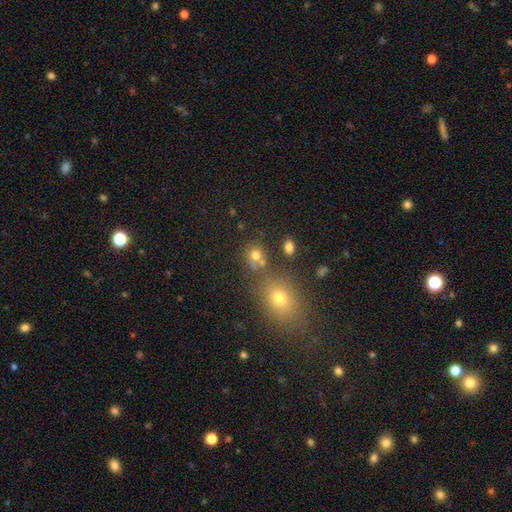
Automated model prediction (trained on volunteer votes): This is likely a smooth galaxy (73%). How rounded: likely round (72%). Merging: possibly none (58%).